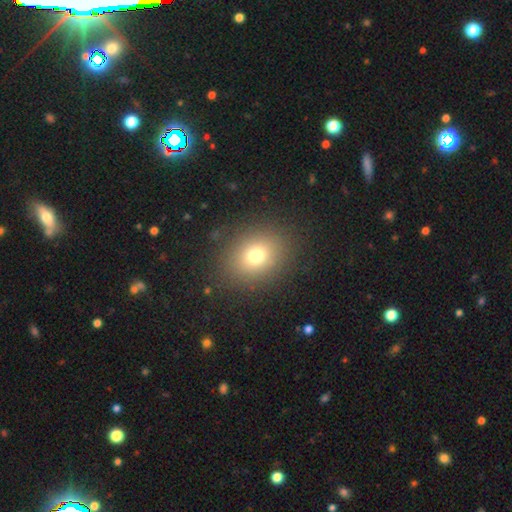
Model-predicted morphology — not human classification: smooth_or_featured: smooth (p=0.73) [alt: star or artifact p=0.15]
how_rounded: round (p=0.52) [alt: in between p=0.47]
merging: none (p=0.86) [alt: minor disturbance p=0.08]